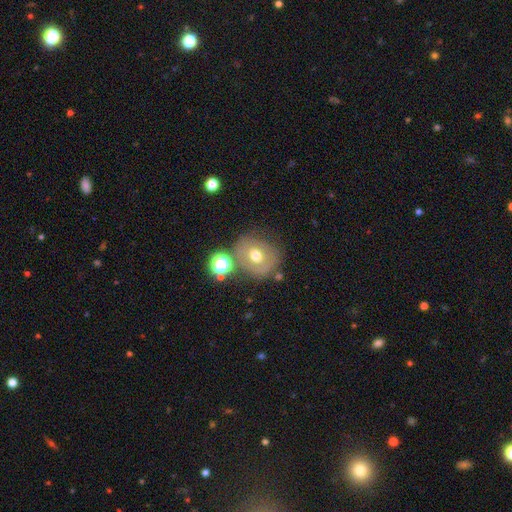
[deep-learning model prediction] smooth_or_featured: smooth (p=0.52) [alt: featured or disk p=0.35]
how_rounded: round (p=0.76) [alt: in between p=0.23]
merging: none (p=0.68) [alt: minor disturbance p=0.16]